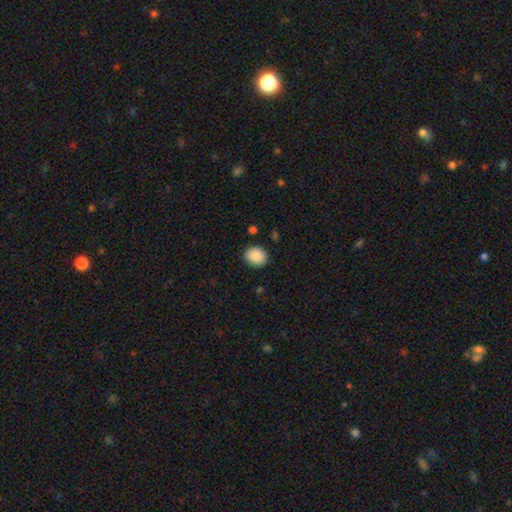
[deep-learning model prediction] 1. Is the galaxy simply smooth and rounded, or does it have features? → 89% smooth, 8% star or artifact, 3% featured or disk.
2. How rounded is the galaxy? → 63% round, 36% in between, 1% cigar-shaped.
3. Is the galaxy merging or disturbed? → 87% none, 9% minor disturbance, 2% major disturbance, 2% merger.